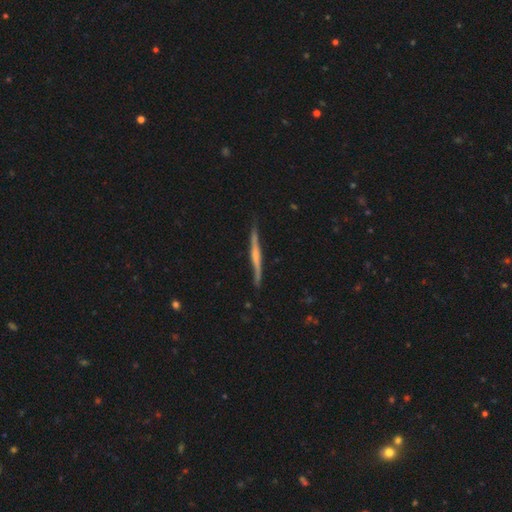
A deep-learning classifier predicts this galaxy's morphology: featured or disk 70%, smooth 25%, star or artifact 5%. Down the decision tree: edge-on disk — yes (96%); edge-on bulge — rounded (43%); merging — none (81%).